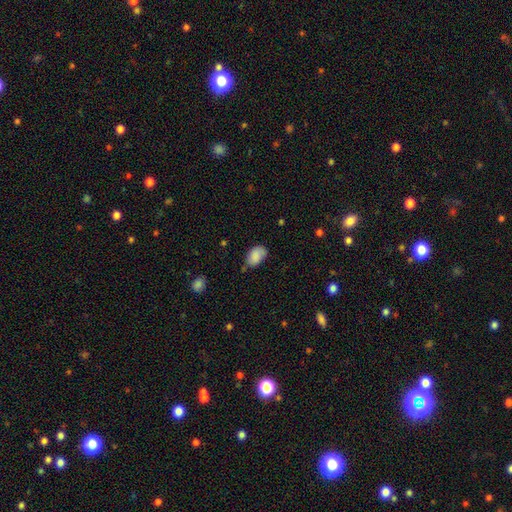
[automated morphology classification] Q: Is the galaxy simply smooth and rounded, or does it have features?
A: smooth — 84%.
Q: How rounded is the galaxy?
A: in between — 90%.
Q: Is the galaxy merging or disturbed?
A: none — 64%.